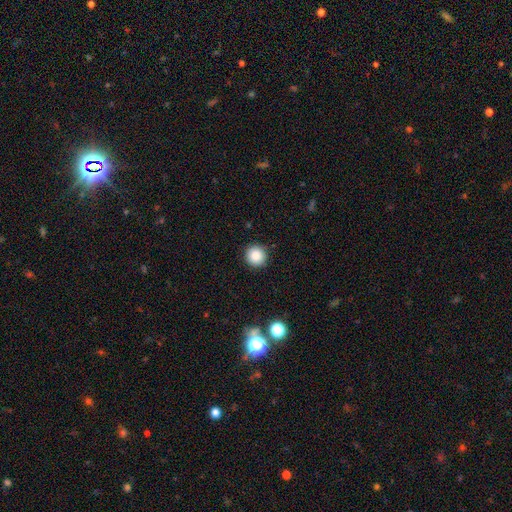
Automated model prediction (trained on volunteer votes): This appears to be a smooth galaxy with no disk features (86%) that is round (95%). Merging: none (91%).